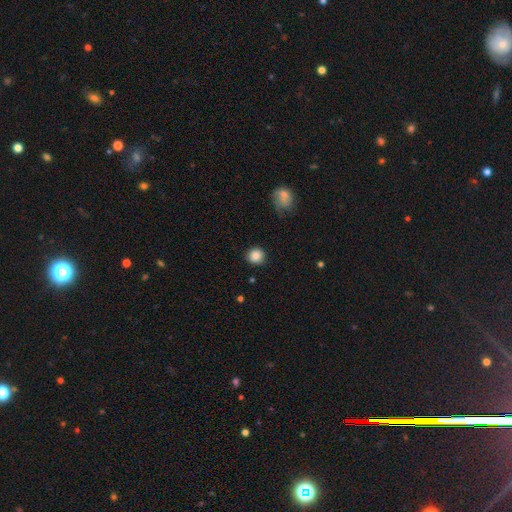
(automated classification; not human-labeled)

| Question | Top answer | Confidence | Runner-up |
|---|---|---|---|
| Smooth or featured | smooth | 86% | star or artifact (9%) |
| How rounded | round | 91% | in between (8%) |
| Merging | none | 86% | minor disturbance (9%) |